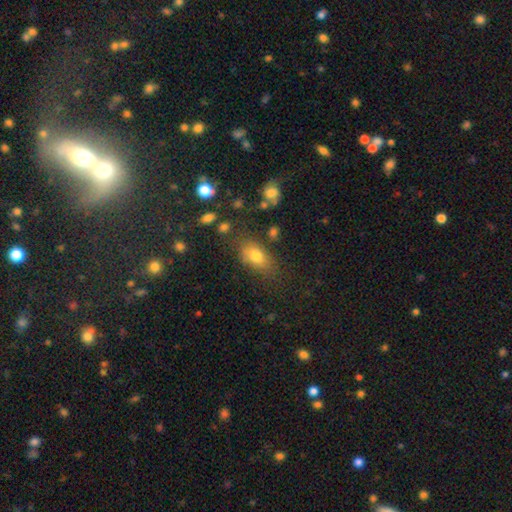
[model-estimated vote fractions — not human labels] The model was most divided on "merging": none: 72%, minor disturbance: 17%, major disturbance: 6%, merger: 5%. More confident: how rounded — in between (84%); smooth or featured — smooth (76%).